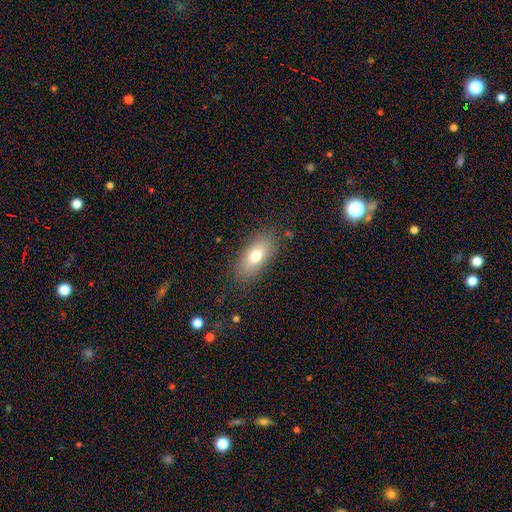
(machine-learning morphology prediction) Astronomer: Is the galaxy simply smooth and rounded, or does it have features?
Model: smooth — 72%.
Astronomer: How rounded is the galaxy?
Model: in between — 82%.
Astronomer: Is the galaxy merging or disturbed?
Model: none — 84%.